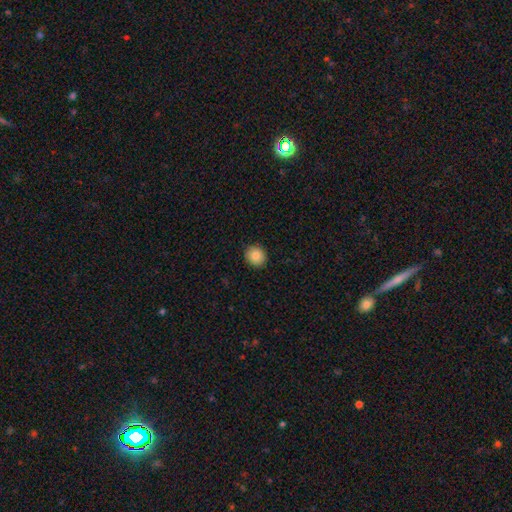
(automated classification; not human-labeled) A smooth galaxy with no disk features (87%) that is round (82%).

Vote fractions:
- Smooth or featured? smooth: 87% / star or artifact: 9% / featured or disk: 5%
- How rounded? round: 82% / in between: 17% / cigar-shaped: 1%
- Merging? none: 91% / minor disturbance: 6% / major disturbance: 2% / merger: 1%